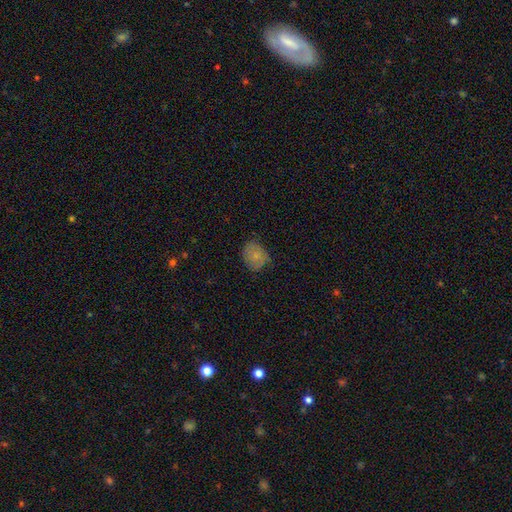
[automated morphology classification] smooth-or-featured: smooth: 72% | featured or disk: 19% | star or artifact: 9%
  how-rounded: round: 54% | in between: 45% | cigar-shaped: 1%
  merging: none: 67% | minor disturbance: 26% | major disturbance: 6% | merger: 1%